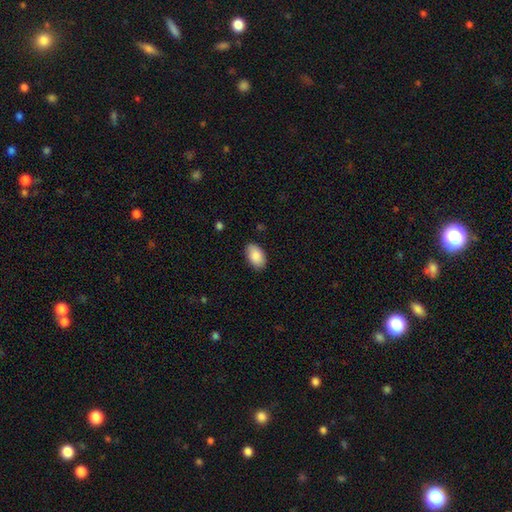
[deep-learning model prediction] This appears to be a smooth galaxy with no disk features (89%) that is in between round and cigar-shaped (94%). Merging: none (86%).